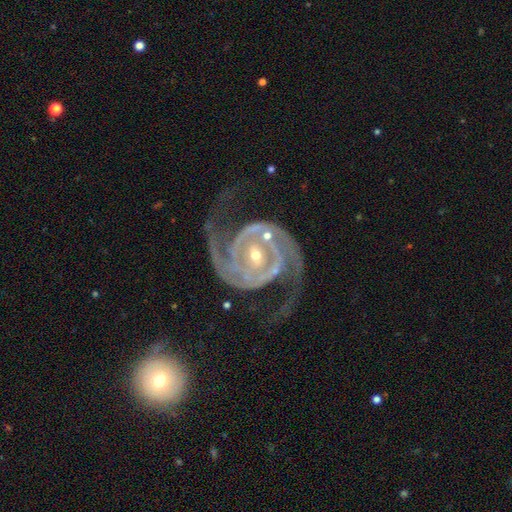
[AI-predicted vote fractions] Smooth or featured?
  - featured or disk: 93% *
  - star or artifact: 4%
  - smooth: 2%
Edge-on disk?
  - no: 98% *
  - yes: 2%
Bar?
  - no: 45% *
  - weak: 32%
  - strong: 23%
Spiral arms?
  - yes: 98% *
  - no: 2%
Spiral winding?
  - medium: 48% *
  - tight: 39%
  - loose: 13%
Spiral arm count?
  - 2: 90% *
  - 3: 3%
  - can't tell: 2%
  - 1: 2%
  - 4: 2%
  - more than 4: 2%
Bulge size?
  - small: 62% *
  - moderate: 34%
  - large: 2%
  - none: 1%
  - dominant: 1%
Merging?
  - none: 63% *
  - minor disturbance: 17%
  - major disturbance: 14%
  - merger: 6%